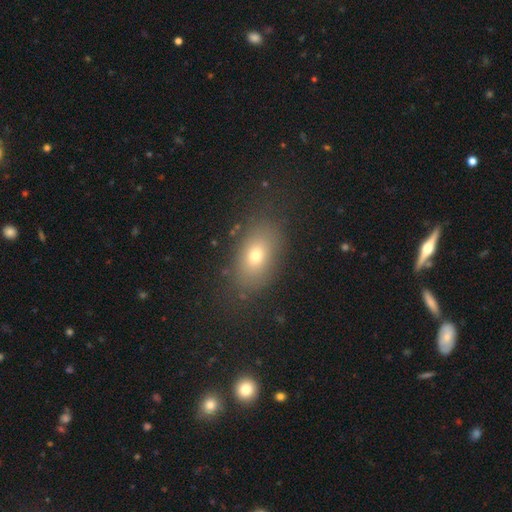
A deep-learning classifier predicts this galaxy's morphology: type=smooth (72%); roundness=in between (85%); merging=none (81%).